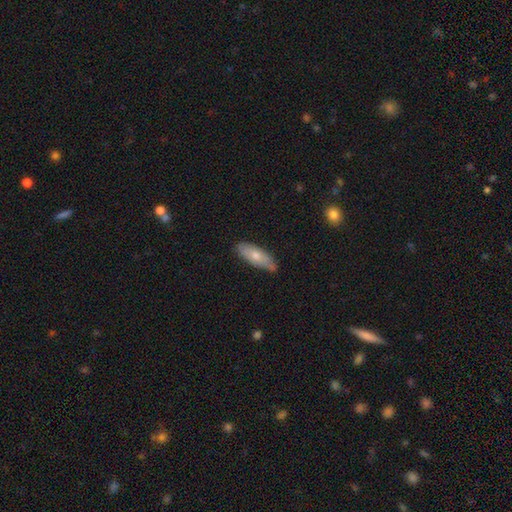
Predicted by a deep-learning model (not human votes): smooth-or-featured: smooth: 69% | featured or disk: 25% | star or artifact: 6%
  how-rounded: in between: 65% | cigar-shaped: 33% | round: 2%
  merging: none: 74% | minor disturbance: 21% | major disturbance: 3% | merger: 2%